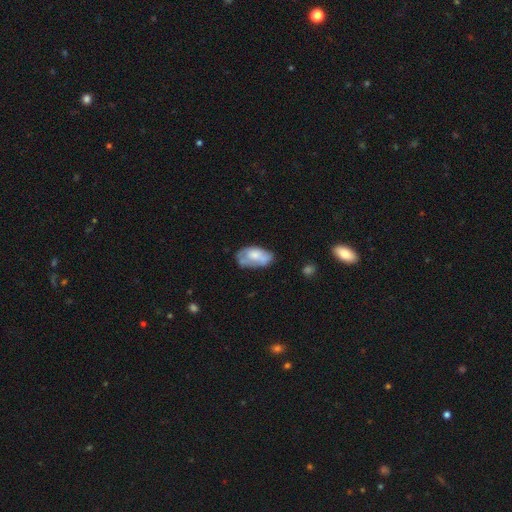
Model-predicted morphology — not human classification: type=smooth (59%); roundness=in between (93%); merging=none (46%).